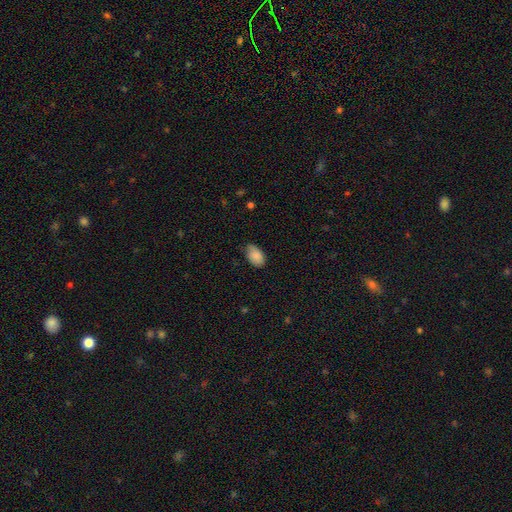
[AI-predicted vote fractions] A smooth galaxy with no disk features (86%) that is in between round and cigar-shaped (91%). Merging: none (67%).